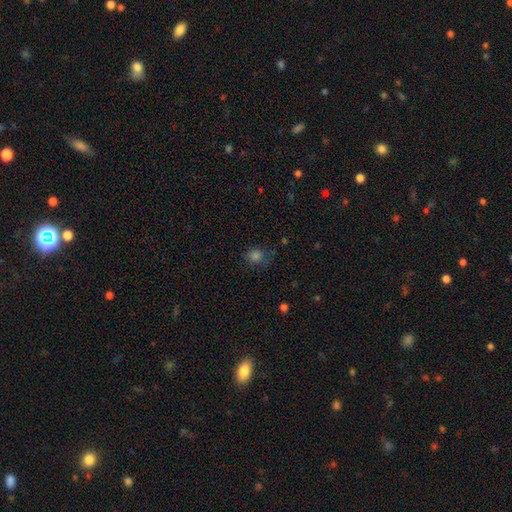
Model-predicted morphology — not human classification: Smooth or featured: smooth — 70% (star or artifact — 23%)
How rounded: round — 74% (in between — 25%)
Merging: none — 71% (minor disturbance — 19%)